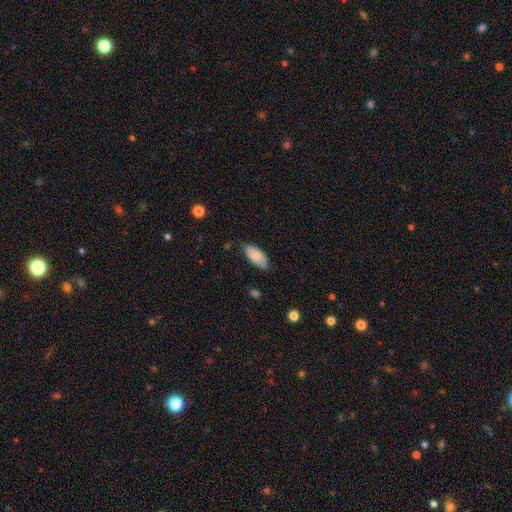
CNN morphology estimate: Smooth or featured? Predicted: smooth (p=0.84). How rounded? Predicted: in between (p=0.93). Merging? Predicted: none (p=0.69).